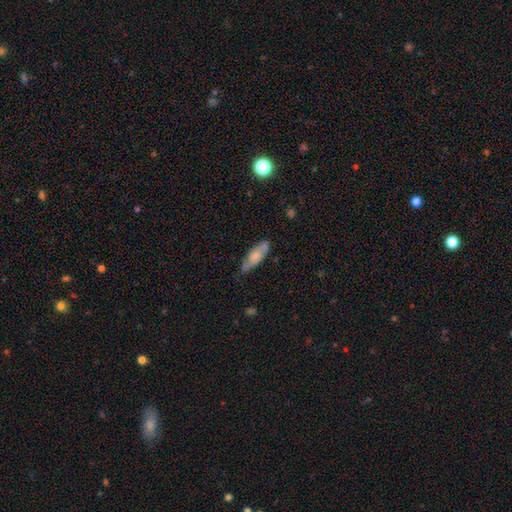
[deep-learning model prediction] Morphology: type=smooth (57%); roundness=in between (64%); merging=none (66%).